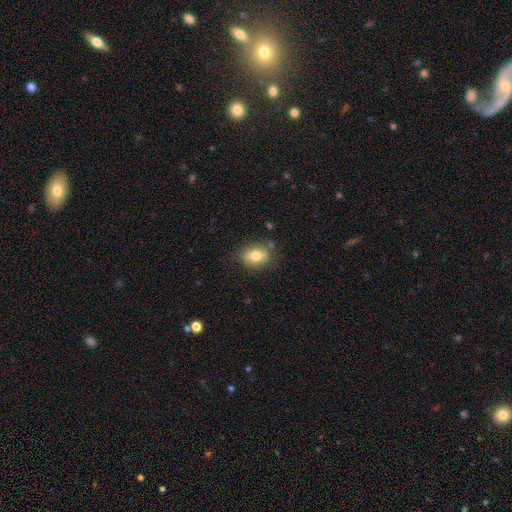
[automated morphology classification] Smooth or featured? Predicted: smooth (p=0.77). How rounded? Predicted: in between (p=0.68). Merging? Predicted: none (p=0.77).